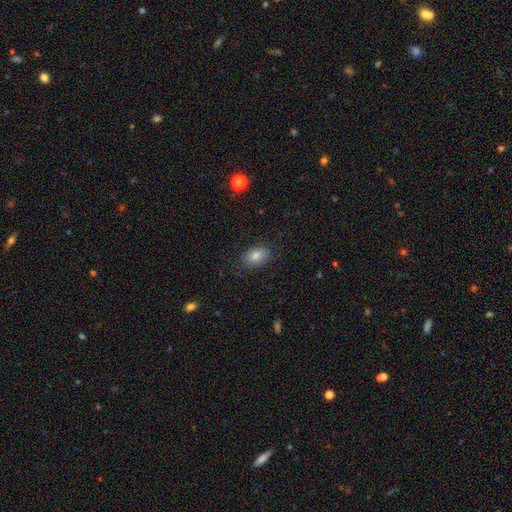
A smooth galaxy with no disk features (74%) that is in between round and cigar-shaped (90%).

Vote fractions:
- Smooth or featured? smooth: 74% / featured or disk: 21% / star or artifact: 5%
- How rounded? in between: 90% / round: 10% / cigar-shaped: 0%
- Merging? none: 92% / minor disturbance: 3% / major disturbance: 3% / merger: 3%